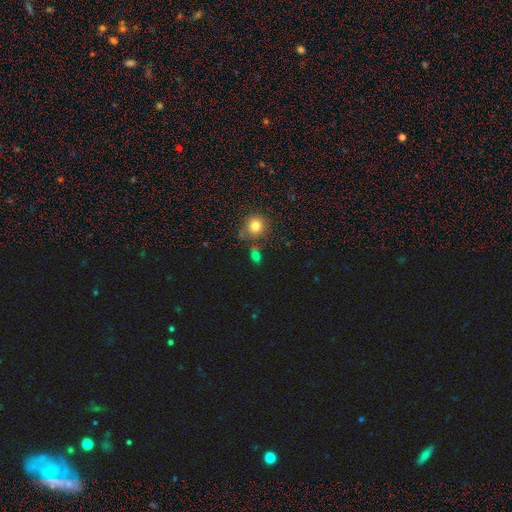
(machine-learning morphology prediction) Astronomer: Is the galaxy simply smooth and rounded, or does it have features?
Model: smooth — 68%.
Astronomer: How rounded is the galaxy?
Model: in between — 53% (runner-up: round, 44%).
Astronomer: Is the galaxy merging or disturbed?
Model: none — 67%.